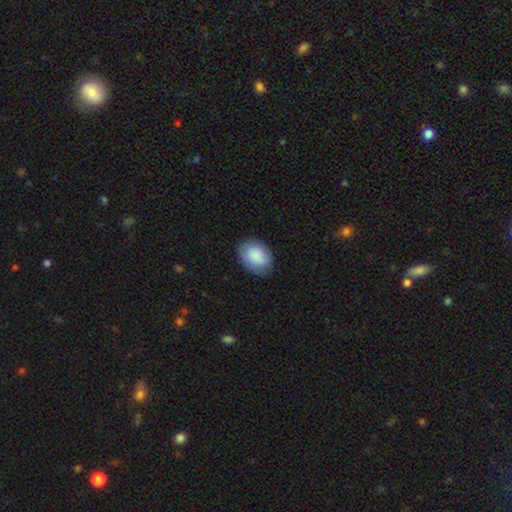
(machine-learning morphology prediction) Smooth or featured? Predicted: smooth (p=0.88). How rounded? Predicted: in between (p=0.77). Merging? Predicted: none (p=0.80).